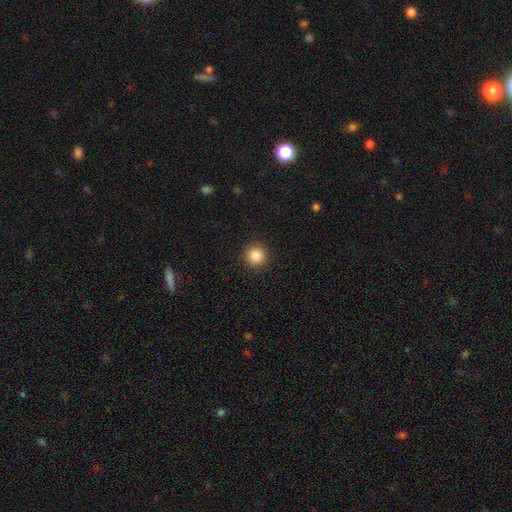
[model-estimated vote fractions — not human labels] Smooth or featured?
  - smooth: 86% *
  - star or artifact: 10%
  - featured or disk: 4%
How rounded?
  - round: 94% *
  - in between: 5%
  - cigar-shaped: 1%
Merging?
  - none: 92% *
  - minor disturbance: 5%
  - major disturbance: 2%
  - merger: 1%